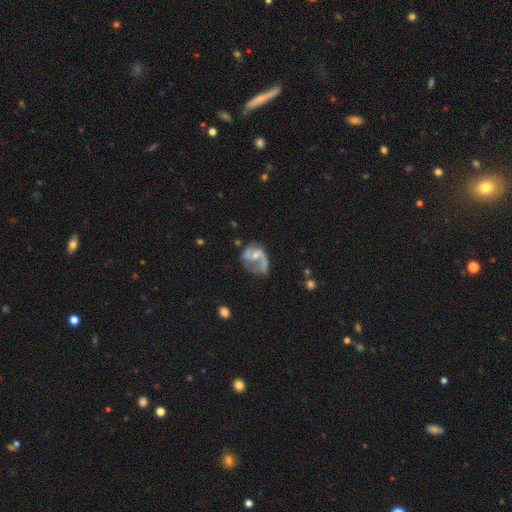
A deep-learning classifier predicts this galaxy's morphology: This appears to be a featured or disk galaxy (77%) with a weak bar (46%), 2 (67%) loose (48%) spiral arms (87%) and a small central bulge (49%). Merging: none (39%).